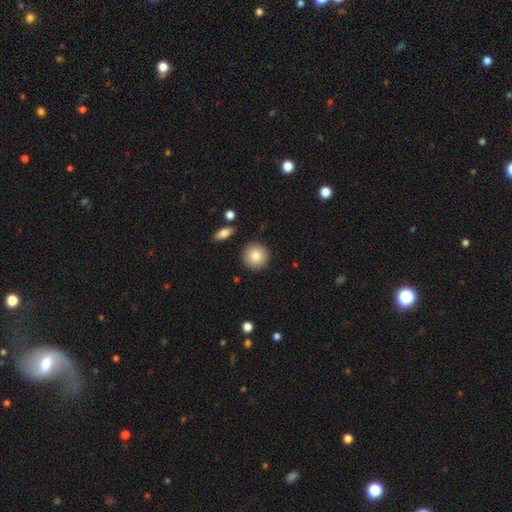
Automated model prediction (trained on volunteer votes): The model was most divided on "smooth or featured": smooth: 82%, featured or disk: 10%, star or artifact: 8%. More confident: how rounded — round (94%); merging — none (90%).